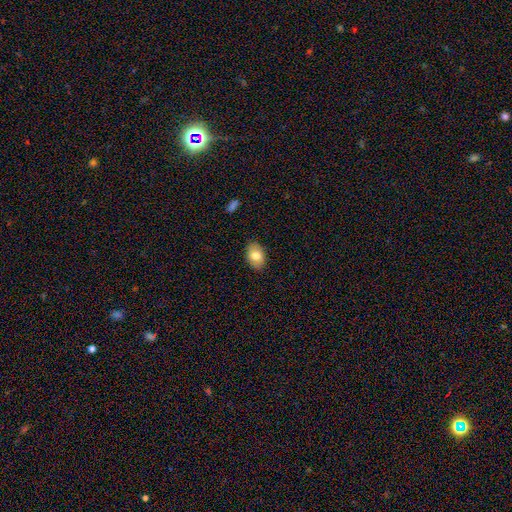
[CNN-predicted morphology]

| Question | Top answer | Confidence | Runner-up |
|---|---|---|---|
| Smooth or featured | smooth | 79% | featured or disk (14%) |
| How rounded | in between | 84% | round (15%) |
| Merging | none | 87% | minor disturbance (10%) |